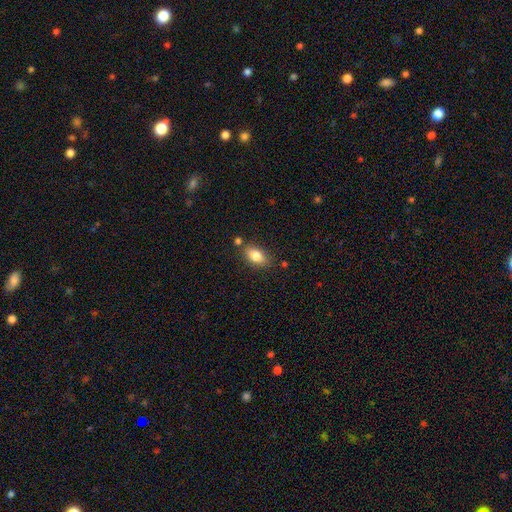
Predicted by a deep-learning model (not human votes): Q: Smooth or featured?
A: smooth (82%); runner-up: featured or disk (10%)
Q: How rounded?
A: in between (88%); runner-up: round (7%)
Q: Merging?
A: none (76%); runner-up: minor disturbance (14%)